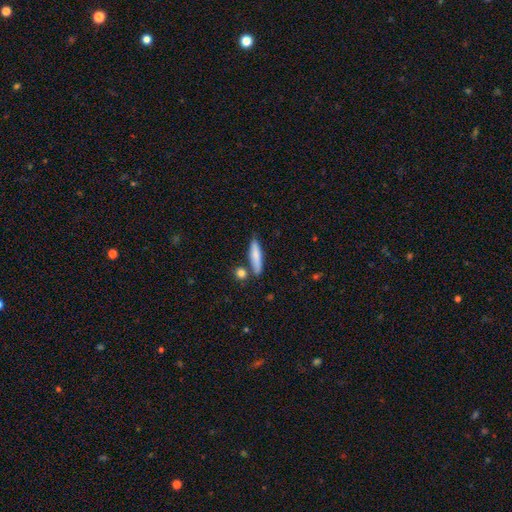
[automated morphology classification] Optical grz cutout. It shows a smooth galaxy with no disk features (78%) that is cigar-shaped (79%). Merging: none (75%).